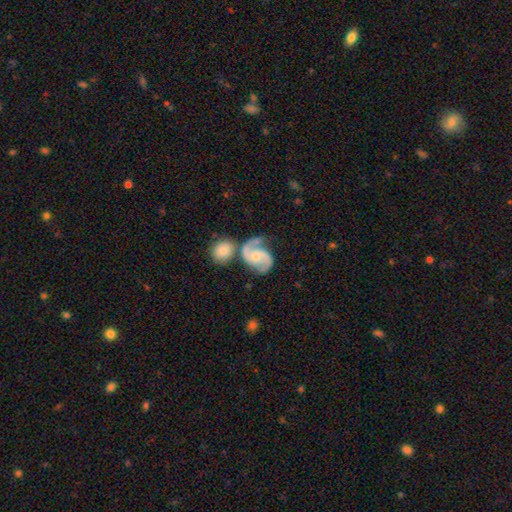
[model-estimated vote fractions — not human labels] Overall: featured or disk (85%). Edge-on disk: no (98%). Bar: no (55%; weak 36%). Spiral arms: yes (97%). Spiral arm count: 2 (90%). Spiral winding: medium (54%; loose 28%). Bulge size: small (50%; moderate 36%). Merging: none (44%; merger 27%).